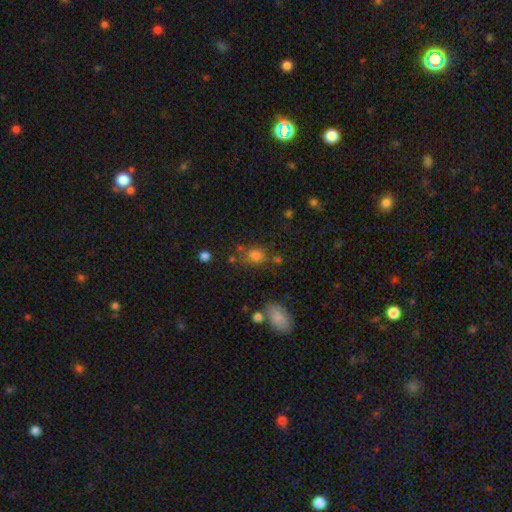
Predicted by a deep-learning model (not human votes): The model was most divided on "how rounded": round: 55%, in between: 44%, cigar-shaped: 1%. More confident: smooth or featured — smooth (75%); merging — none (64%).